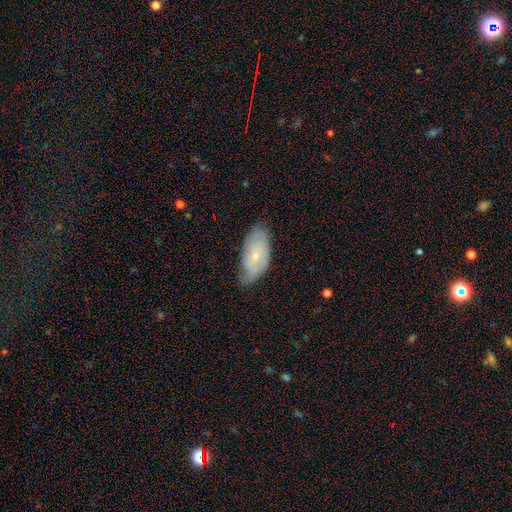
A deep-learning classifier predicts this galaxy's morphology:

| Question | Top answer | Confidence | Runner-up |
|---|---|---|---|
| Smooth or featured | smooth | 54% | featured or disk (40%) |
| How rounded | in between | 92% | cigar-shaped (6%) |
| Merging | none | 59% | minor disturbance (33%) |